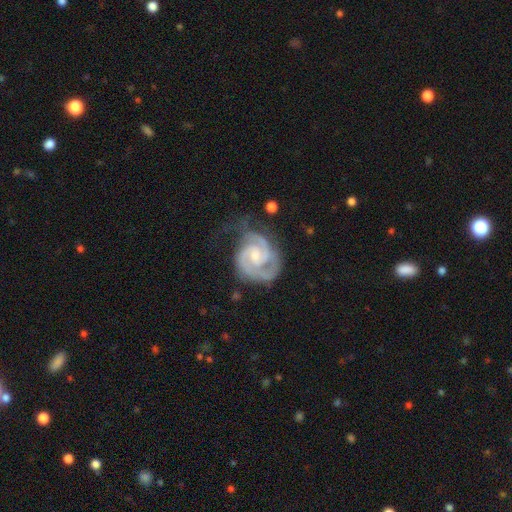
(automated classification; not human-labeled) smooth-or-featured: featured or disk: 91% | smooth: 5% | star or artifact: 4%
  disk-edge-on: no: 98% | yes: 2%
    bar: no: 52% | weak: 40% | strong: 8%
    has-spiral-arms: yes: 98% | no: 2%
      spiral-winding: tight: 59% | medium: 37% | loose: 5%
      spiral-arm-count: 2: 66% | 3: 20% | can't tell: 6% | 1: 3% | 4: 2% | more than 4: 2%
    bulge-size: small: 56% | moderate: 37% | none: 4% | large: 2% | dominant: 1%
  merging: none: 54% | minor disturbance: 27% | major disturbance: 17% | merger: 2%